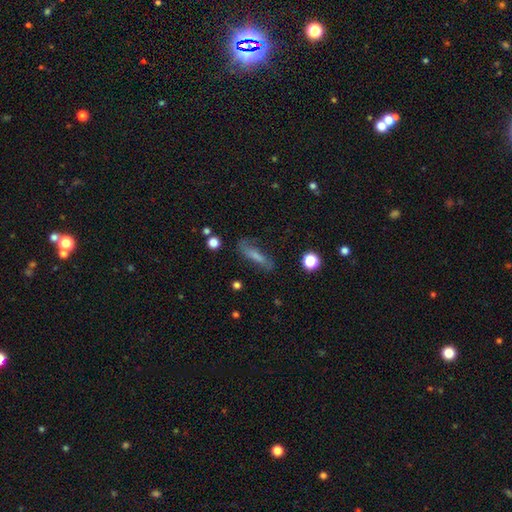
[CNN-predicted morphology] The model was most divided on "smooth or featured": smooth: 56%, featured or disk: 33%, star or artifact: 12%. More confident: how rounded — cigar-shaped (67%); merging — none (66%).